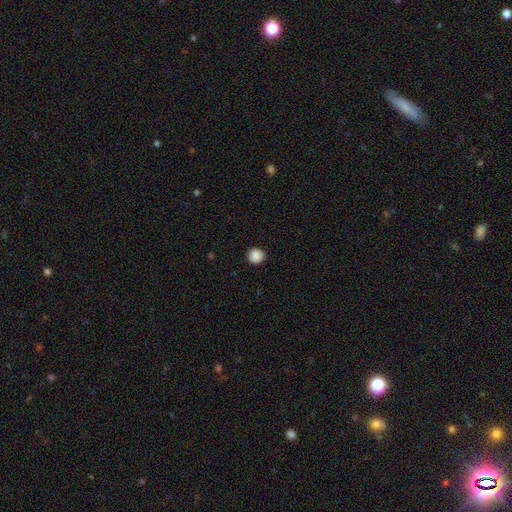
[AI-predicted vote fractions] A smooth galaxy with no disk features (88%) that is round (93%).

Vote fractions:
- Smooth or featured? smooth: 88% / star or artifact: 9% / featured or disk: 2%
- How rounded? round: 93% / in between: 6% / cigar-shaped: 1%
- Merging? none: 92% / minor disturbance: 6% / major disturbance: 2% / merger: 1%